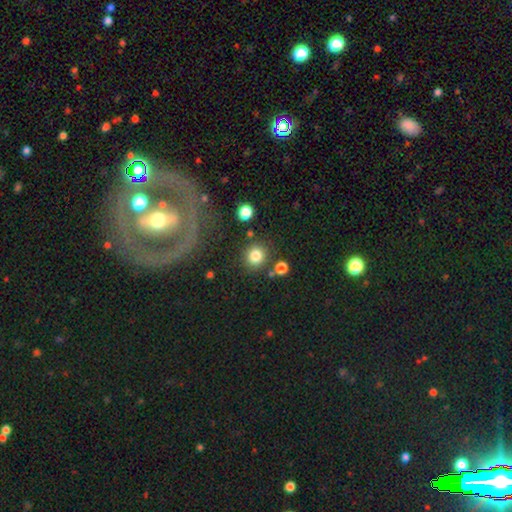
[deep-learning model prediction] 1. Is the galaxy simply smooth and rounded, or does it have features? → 81% smooth, 12% star or artifact, 7% featured or disk.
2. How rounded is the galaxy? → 88% round, 11% in between, 1% cigar-shaped.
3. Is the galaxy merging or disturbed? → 81% none, 9% minor disturbance, 6% merger, 4% major disturbance.